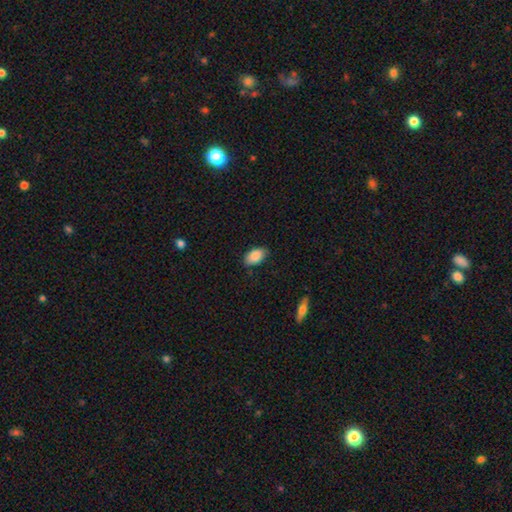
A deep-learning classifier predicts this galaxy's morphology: A smooth galaxy with no disk features (88%) that is in between round and cigar-shaped (93%). Merging: none (82%).